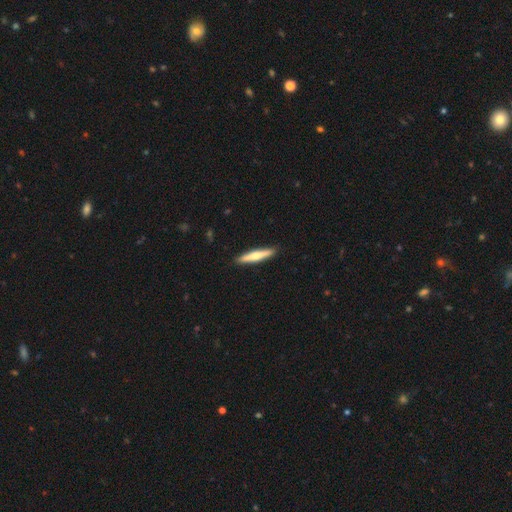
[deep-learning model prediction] Smooth or featured: featured or disk — 48% (smooth — 47%)
Merging: none — 91% (minor disturbance — 6%)